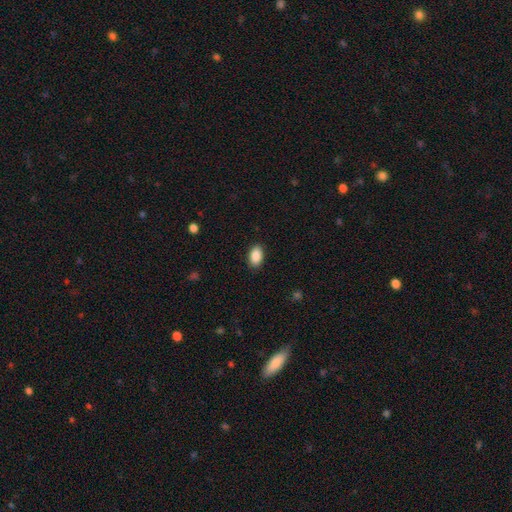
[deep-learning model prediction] This appears to be a smooth galaxy with no disk features (89%) that is in between round and cigar-shaped (92%). Merging: none (89%).